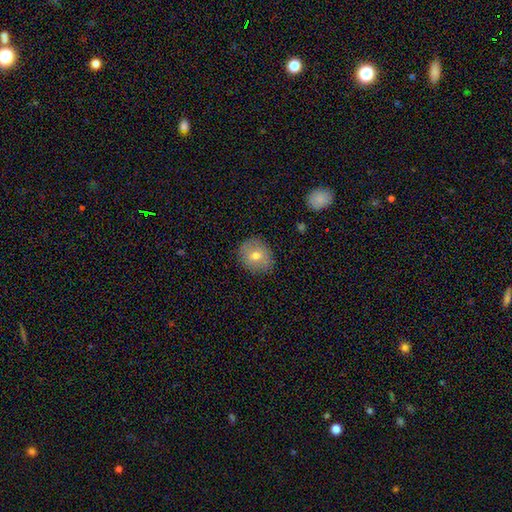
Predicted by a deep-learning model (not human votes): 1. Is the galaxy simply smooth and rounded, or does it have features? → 71% smooth, 20% featured or disk, 9% star or artifact.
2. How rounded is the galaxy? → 75% round, 24% in between, 1% cigar-shaped.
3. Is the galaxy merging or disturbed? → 86% none, 10% minor disturbance, 3% major disturbance, 1% merger.